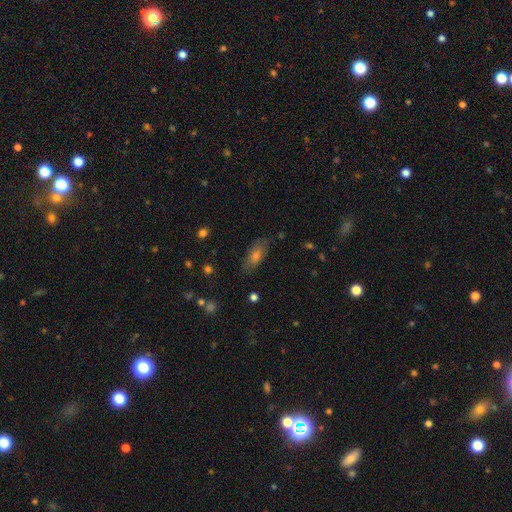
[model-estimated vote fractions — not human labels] Smooth or featured? Predicted: smooth (p=0.62). How rounded? Predicted: in between (p=0.71). Merging? Predicted: none (p=0.82).